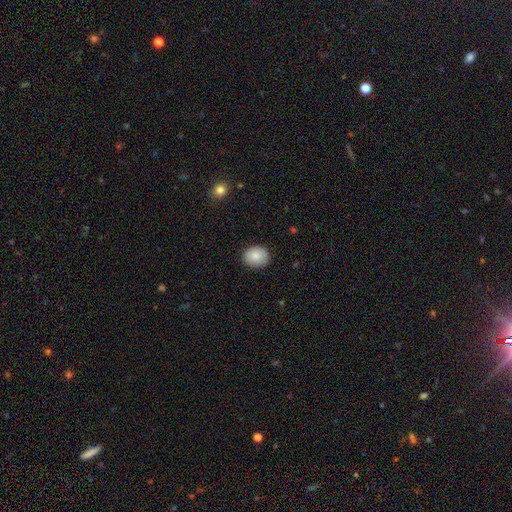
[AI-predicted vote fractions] This appears to be a smooth galaxy with no disk features (85%) that is round (60%). Merging: none (86%).